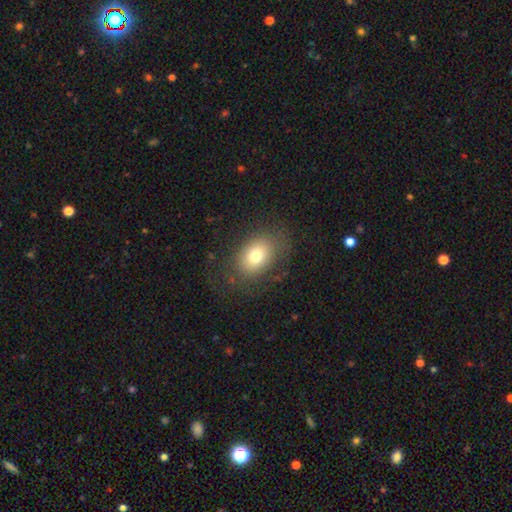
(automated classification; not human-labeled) Morphology: type=smooth (75%); roundness=in between (73%); merging=none (74%).